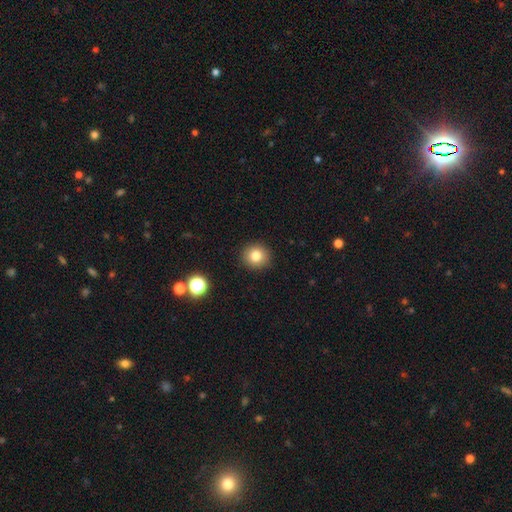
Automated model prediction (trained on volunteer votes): This appears to be a smooth galaxy with no disk features (81%) that is round (91%). Merging: none (92%).